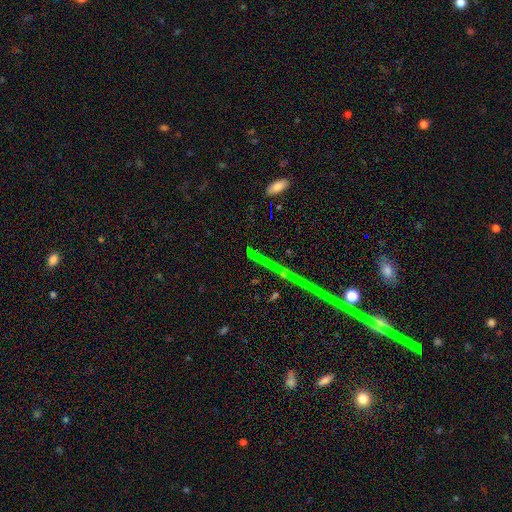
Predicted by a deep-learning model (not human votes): Smooth or featured: star or artifact — 67% (featured or disk — 18%)